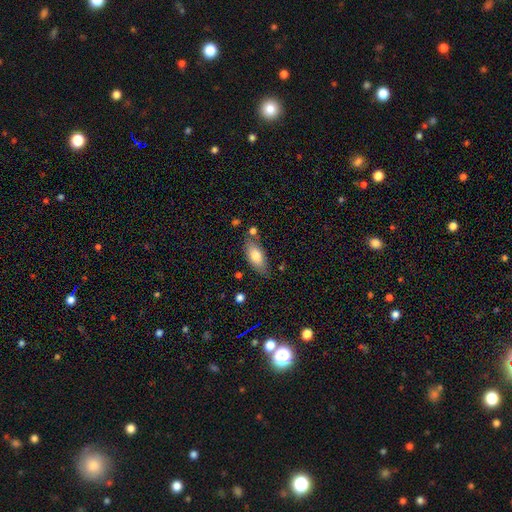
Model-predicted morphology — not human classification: A smooth galaxy with no disk features (76%) that is in between round and cigar-shaped (87%).

Vote fractions:
- Smooth or featured? smooth: 76% / featured or disk: 17% / star or artifact: 7%
- How rounded? in between: 87% / cigar-shaped: 11% / round: 3%
- Merging? none: 75% / minor disturbance: 16% / merger: 6% / major disturbance: 3%